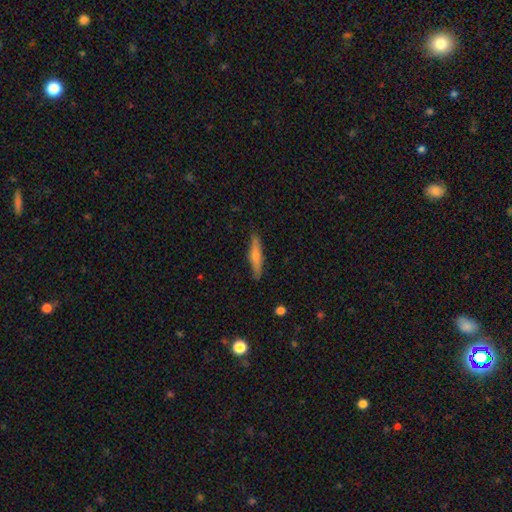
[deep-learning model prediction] The model was most divided on "smooth or featured": smooth: 60%, featured or disk: 35%, star or artifact: 6%. More confident: how rounded — cigar-shaped (85%); merging — none (84%).